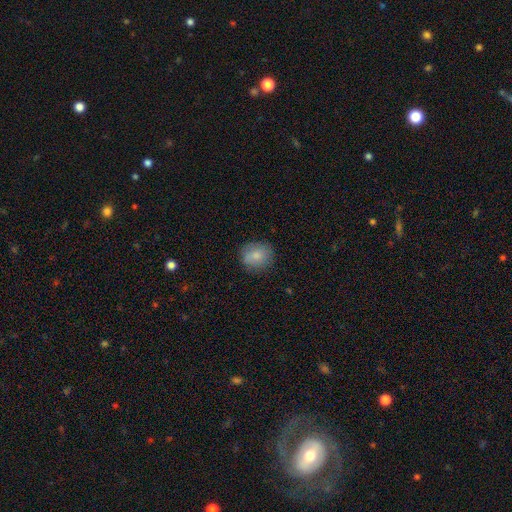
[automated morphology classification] Smooth or featured?
  - smooth: 82% *
  - featured or disk: 10%
  - star or artifact: 8%
How rounded?
  - round: 75% *
  - in between: 24%
  - cigar-shaped: 1%
Merging?
  - none: 82% *
  - minor disturbance: 14%
  - major disturbance: 3%
  - merger: 1%